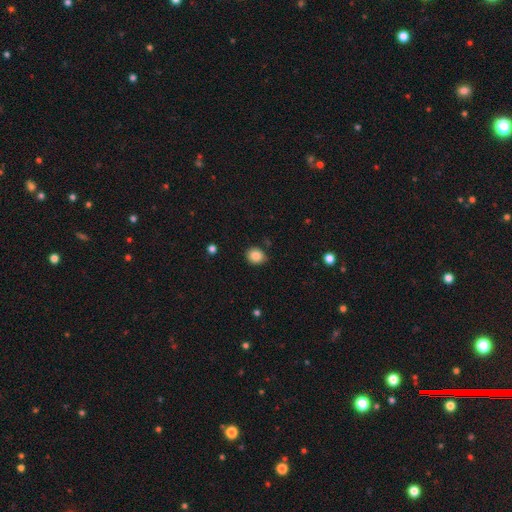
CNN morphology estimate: Smooth or featured? Predicted: smooth (p=0.86). How rounded? Predicted: round (p=0.68). Merging? Predicted: none (p=0.82).